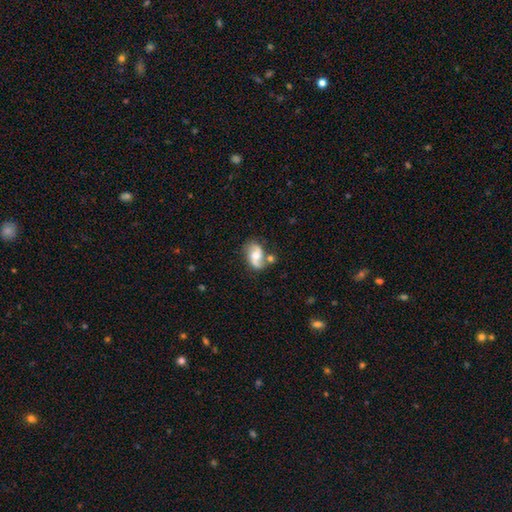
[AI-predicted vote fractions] This appears to be a featured or disk galaxy (70%) with no bar (54%), 2 (90%) loose (57%) spiral arms (90%) and a moderate central bulge (63%). Merging: none (60%).